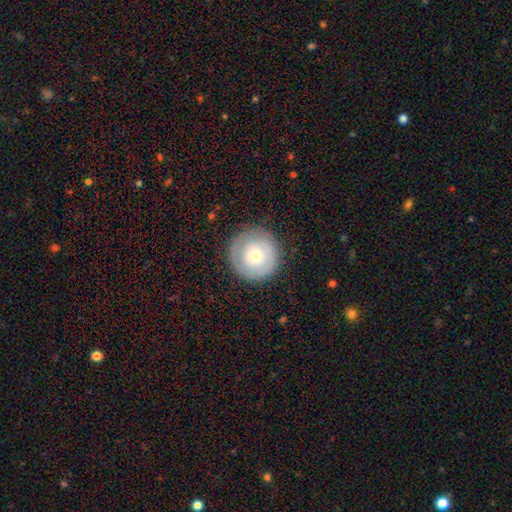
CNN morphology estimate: Q: Smooth or featured?
A: smooth (49%); runner-up: featured or disk (44%)
Q: Merging?
A: none (83%); runner-up: minor disturbance (11%)